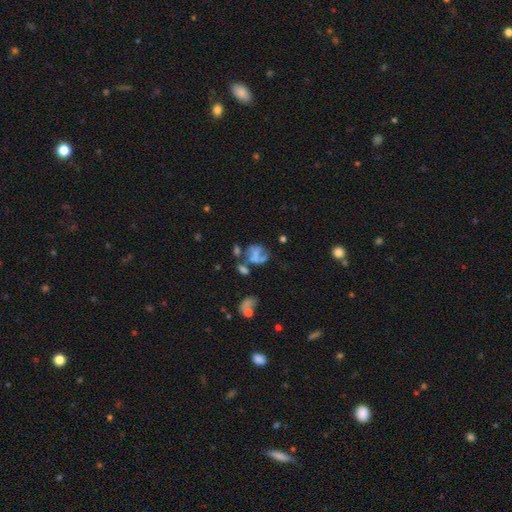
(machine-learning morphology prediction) This is possibly a featured or disk galaxy (46%). Merging: marginally major disturbance (31%).